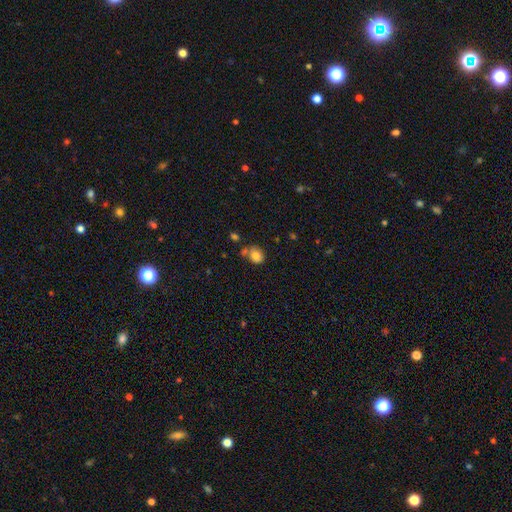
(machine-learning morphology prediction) smooth 80%, star or artifact 10%, featured or disk 10%. Down the decision tree: how rounded — round (62%); merging — none (52%).